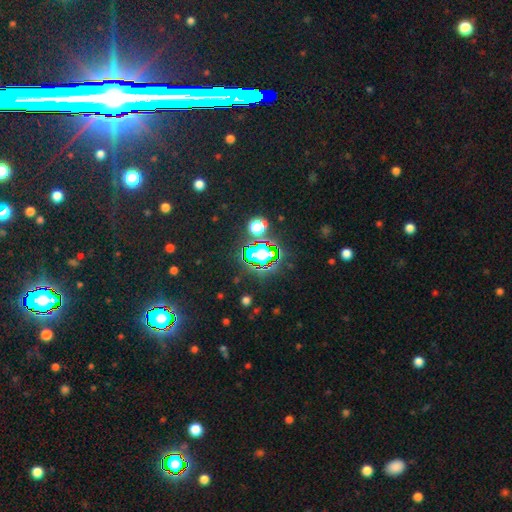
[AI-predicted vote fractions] Overall: star or artifact (68%).